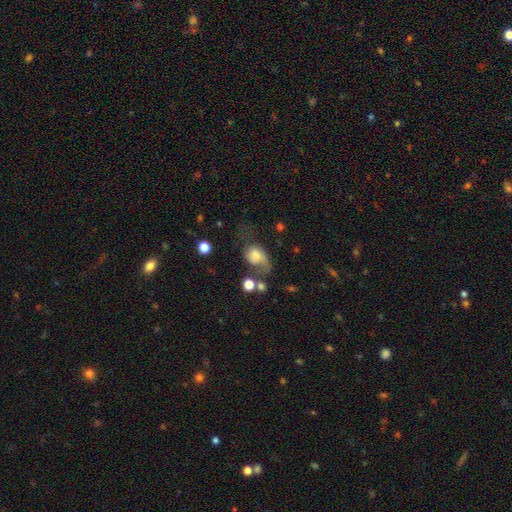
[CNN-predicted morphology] A smooth galaxy with no disk features (53%) that is in between round and cigar-shaped (66%).

Vote fractions:
- Smooth or featured? smooth: 53% / featured or disk: 37% / star or artifact: 10%
- How rounded? in between: 66% / round: 33% / cigar-shaped: 2%
- Merging? major disturbance: 39% / none: 27% / minor disturbance: 24% / merger: 10%